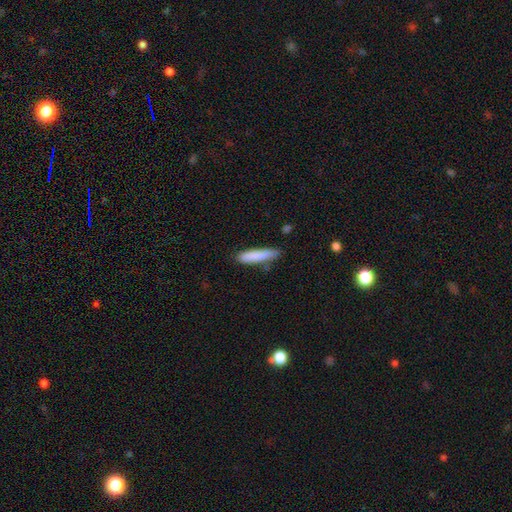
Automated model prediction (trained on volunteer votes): This appears to be a smooth galaxy with no disk features (84%) that is cigar-shaped (84%). Merging: none (76%).